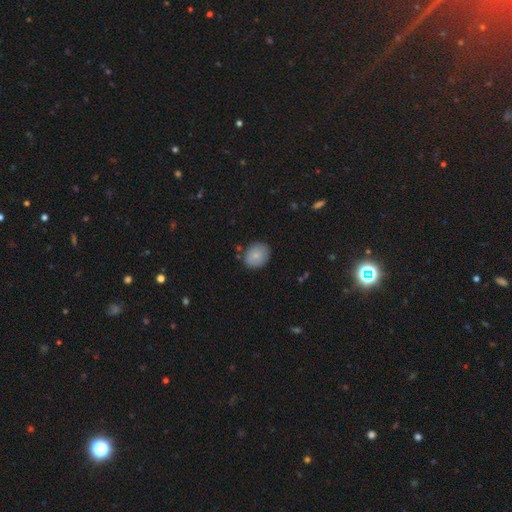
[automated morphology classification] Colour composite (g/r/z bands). It shows a smooth galaxy with no disk features (79%) that is in between round and cigar-shaped (50%). Merging: none (82%).